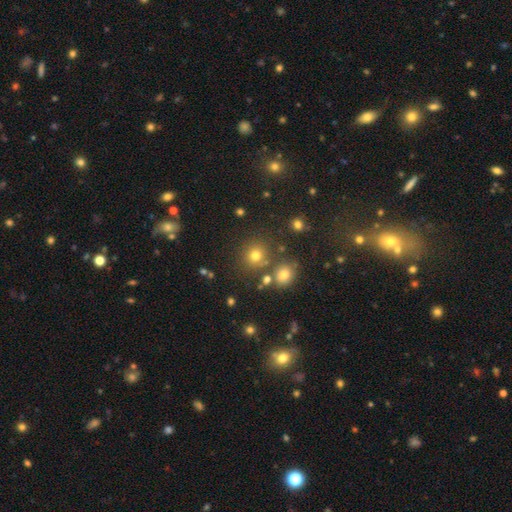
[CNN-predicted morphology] This appears to be a smooth galaxy with no disk features (70%) that is round (87%). Merging: none (78%).